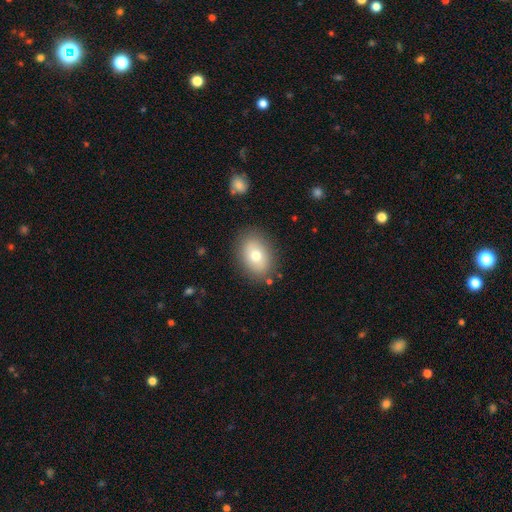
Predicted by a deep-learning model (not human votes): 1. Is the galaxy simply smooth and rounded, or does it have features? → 72% smooth, 20% featured or disk, 8% star or artifact.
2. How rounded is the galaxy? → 77% in between, 22% round, 1% cigar-shaped.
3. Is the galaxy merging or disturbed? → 84% none, 11% minor disturbance, 3% major disturbance, 2% merger.